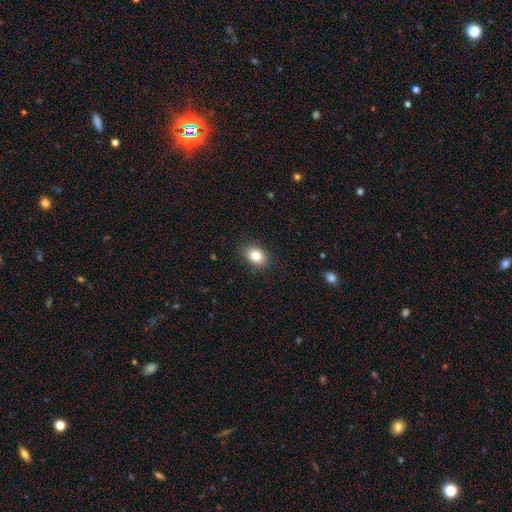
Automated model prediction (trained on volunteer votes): smooth-or-featured: smooth: 82% | star or artifact: 10% | featured or disk: 8%
  how-rounded: in between: 67% | round: 32% | cigar-shaped: 1%
  merging: none: 89% | minor disturbance: 8% | major disturbance: 2% | merger: 1%